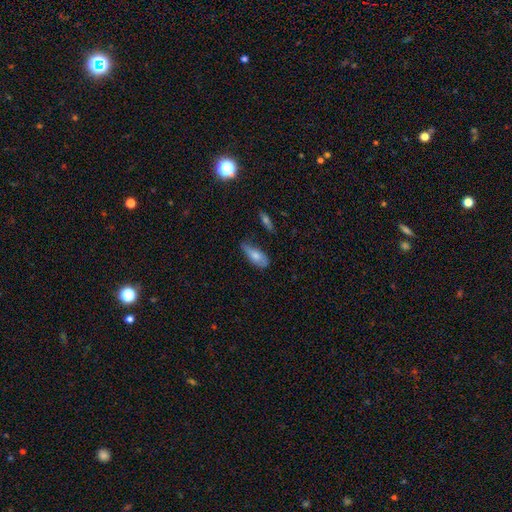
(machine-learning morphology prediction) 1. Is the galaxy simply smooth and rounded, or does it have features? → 70% smooth, 23% featured or disk, 7% star or artifact.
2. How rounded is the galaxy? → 79% in between, 18% cigar-shaped, 3% round.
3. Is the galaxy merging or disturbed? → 41% minor disturbance (tied), 41% none (tied), 15% major disturbance, 4% merger.